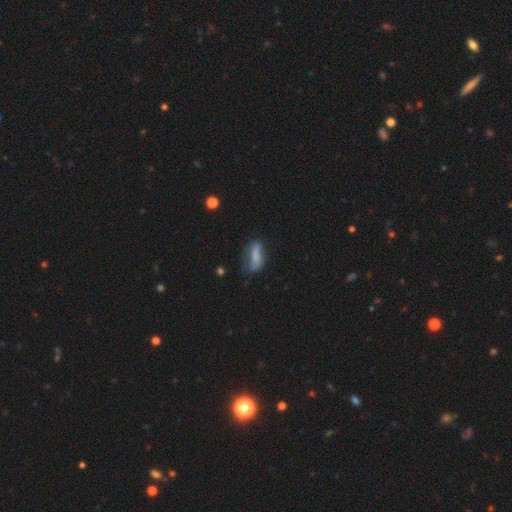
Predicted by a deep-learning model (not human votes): Smooth or featured? Predicted: smooth (p=0.68). How rounded? Predicted: in between (p=0.61). Merging? Predicted: none (p=0.46).